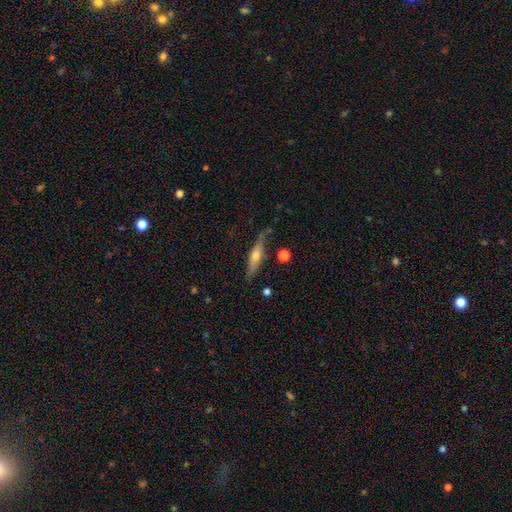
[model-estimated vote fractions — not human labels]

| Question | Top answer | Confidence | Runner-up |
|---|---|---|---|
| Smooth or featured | featured or disk | 51% | smooth (43%) |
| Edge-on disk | yes | 86% | no (14%) |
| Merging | none | 69% | minor disturbance (21%) |